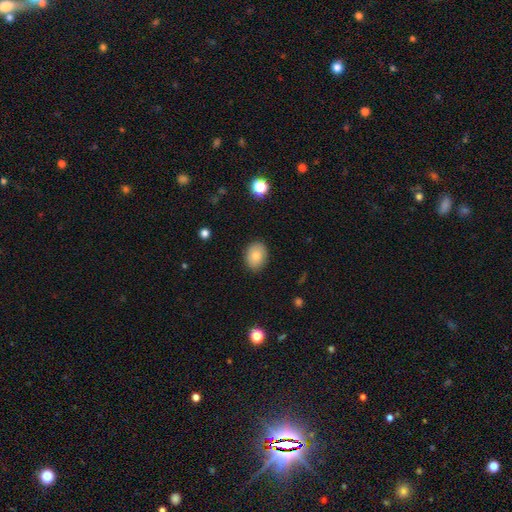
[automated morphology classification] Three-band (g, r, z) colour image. It shows a smooth galaxy with no disk features (81%) that is in between round and cigar-shaped (63%). Merging: none (87%).